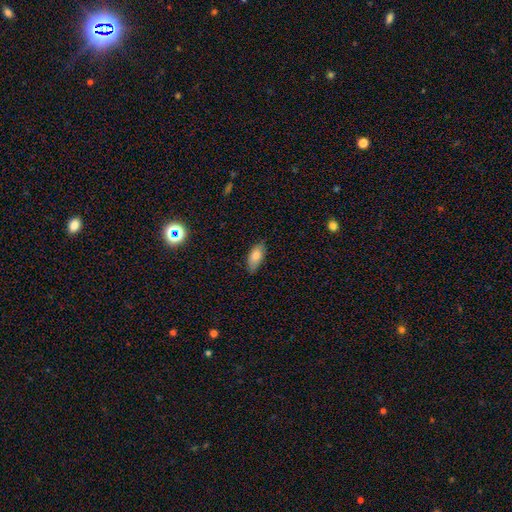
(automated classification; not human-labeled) Smooth or featured: smooth — 82% (featured or disk — 11%)
How rounded: in between — 86% (cigar-shaped — 12%)
Merging: none — 79% (minor disturbance — 17%)